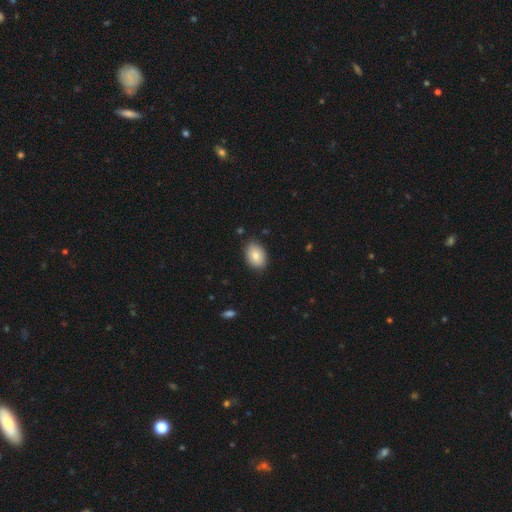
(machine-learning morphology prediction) Smooth or featured? smooth (82%)
How rounded? in between (83%)
Merging? none (84%)